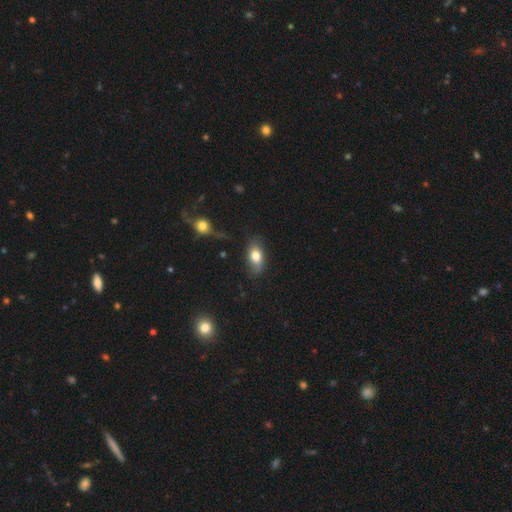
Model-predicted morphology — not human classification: smooth-or-featured: smooth: 77% | featured or disk: 15% | star or artifact: 8%
  how-rounded: in between: 87% | round: 9% | cigar-shaped: 4%
  merging: none: 73% | minor disturbance: 19% | major disturbance: 5% | merger: 3%